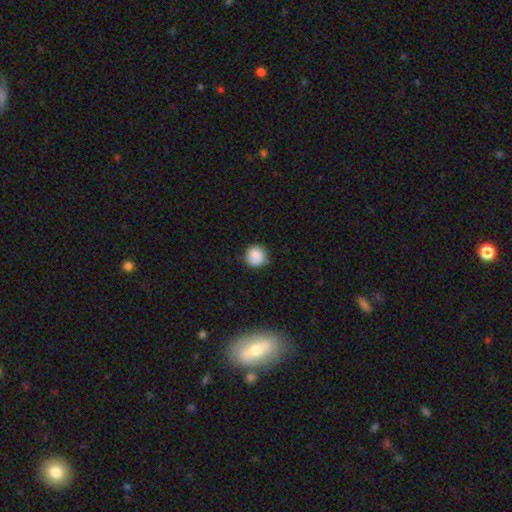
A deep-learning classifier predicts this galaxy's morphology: This appears to be a smooth galaxy with no disk features (85%) that is round (93%). Merging: none (83%).